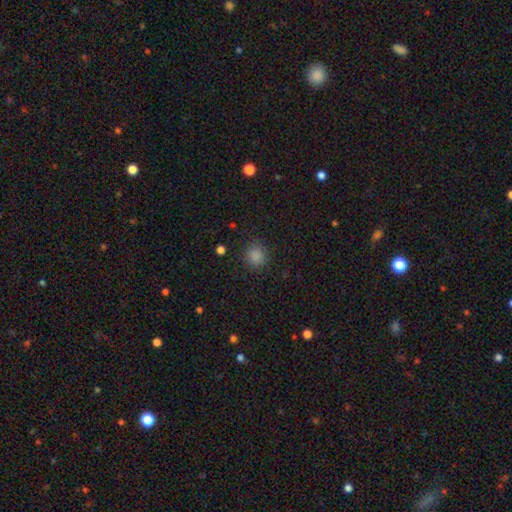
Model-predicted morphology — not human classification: Smooth or featured: smooth — 84% (star or artifact — 12%)
How rounded: round — 89% (in between — 10%)
Merging: none — 87% (minor disturbance — 9%)